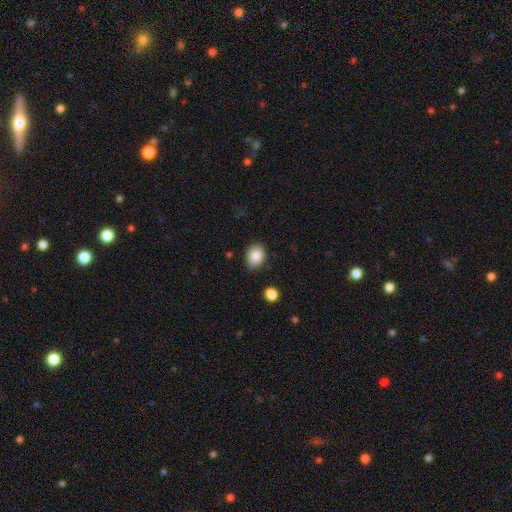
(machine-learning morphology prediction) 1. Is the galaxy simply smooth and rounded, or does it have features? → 85% smooth, 9% star or artifact, 6% featured or disk.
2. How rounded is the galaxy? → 58% round, 41% in between, 1% cigar-shaped.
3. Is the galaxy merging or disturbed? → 75% none, 20% minor disturbance, 3% major disturbance, 3% merger.